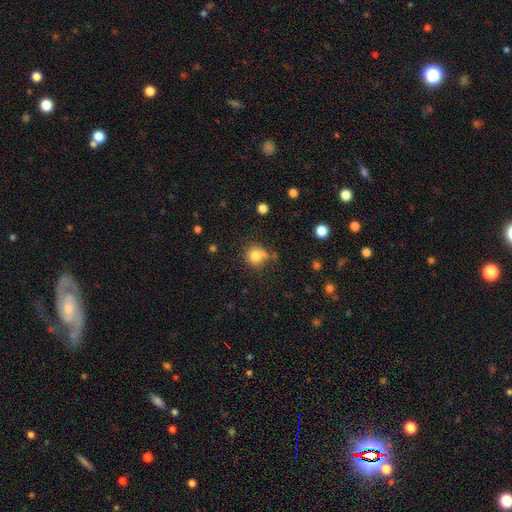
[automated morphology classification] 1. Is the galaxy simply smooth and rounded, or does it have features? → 80% smooth, 11% star or artifact, 9% featured or disk.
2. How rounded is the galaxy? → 85% round, 14% in between, 1% cigar-shaped.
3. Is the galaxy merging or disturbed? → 61% none, 20% minor disturbance, 11% merger, 7% major disturbance.